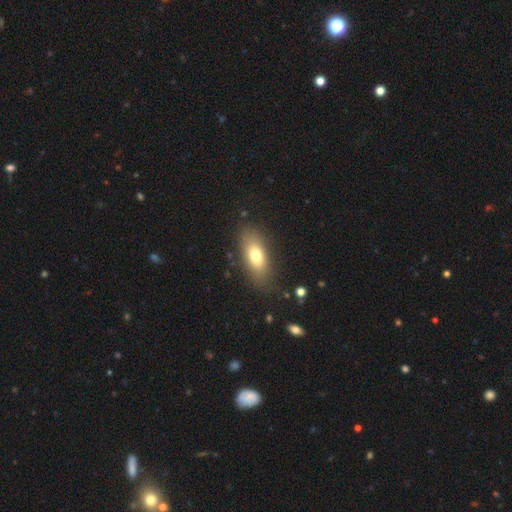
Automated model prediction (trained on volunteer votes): Morphology: type=smooth (73%); roundness=in between (82%); merging=none (82%).